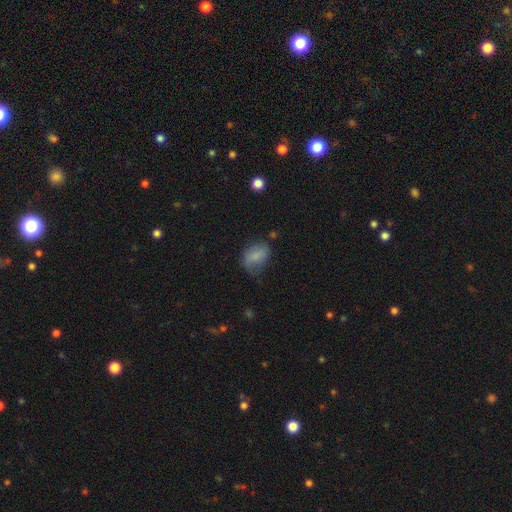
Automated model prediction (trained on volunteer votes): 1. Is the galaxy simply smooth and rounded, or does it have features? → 77% smooth, 15% featured or disk, 8% star or artifact.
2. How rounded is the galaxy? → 76% in between, 23% round, 1% cigar-shaped.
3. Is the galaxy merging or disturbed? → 50% none, 34% minor disturbance, 14% major disturbance, 2% merger.